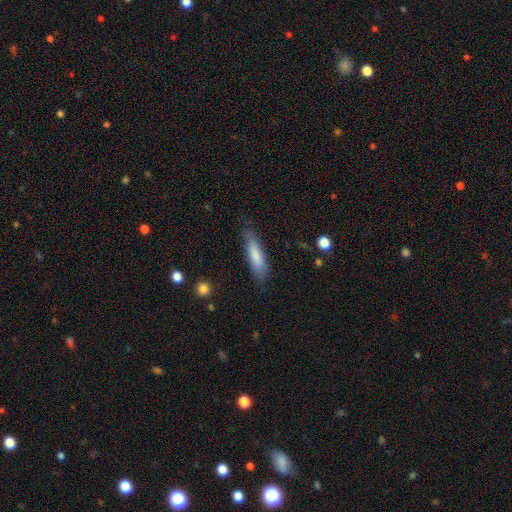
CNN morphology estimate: This appears to be a smooth galaxy with no disk features (77%) that is cigar-shaped (72%). Merging: none (74%).